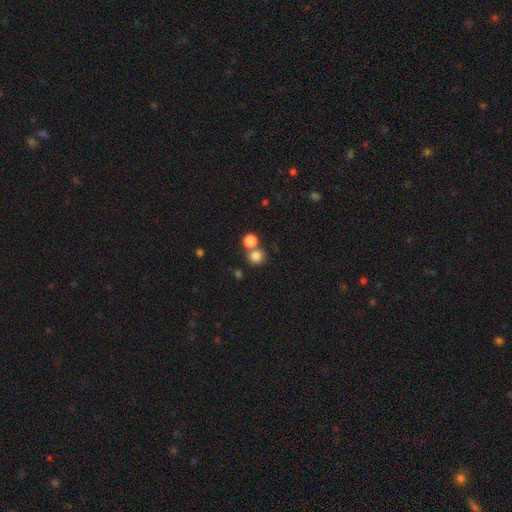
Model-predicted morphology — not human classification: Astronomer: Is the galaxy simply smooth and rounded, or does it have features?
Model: smooth — 81%.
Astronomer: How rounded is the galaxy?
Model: round — 89%.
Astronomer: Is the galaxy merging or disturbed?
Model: none — 63%.